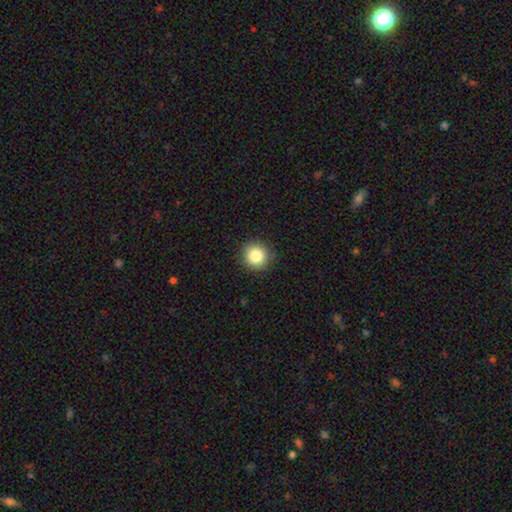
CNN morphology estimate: Smooth or featured? Predicted: smooth (p=0.86). How rounded? Predicted: round (p=0.94). Merging? Predicted: none (p=0.90).